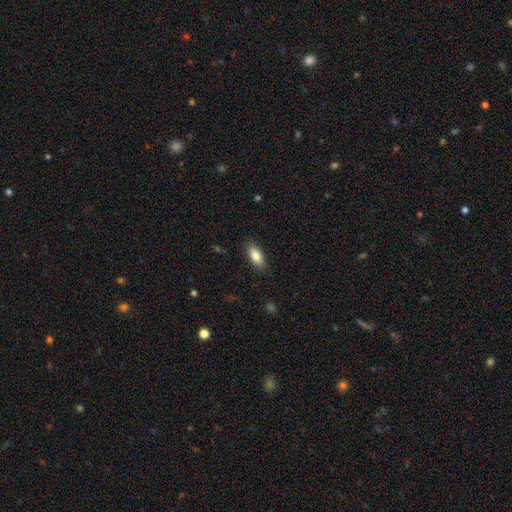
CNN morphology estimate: Q: Smooth or featured?
A: smooth (84%); runner-up: featured or disk (10%)
Q: How rounded?
A: in between (84%); runner-up: cigar-shaped (14%)
Q: Merging?
A: none (86%); runner-up: minor disturbance (10%)